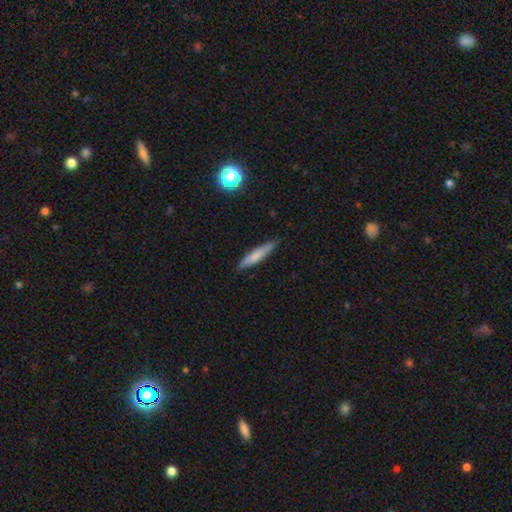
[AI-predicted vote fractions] smooth_or_featured: smooth (p=0.71) [alt: featured or disk p=0.23]
how_rounded: cigar-shaped (p=0.90) [alt: in between p=0.09]
merging: none (p=0.85) [alt: minor disturbance p=0.12]